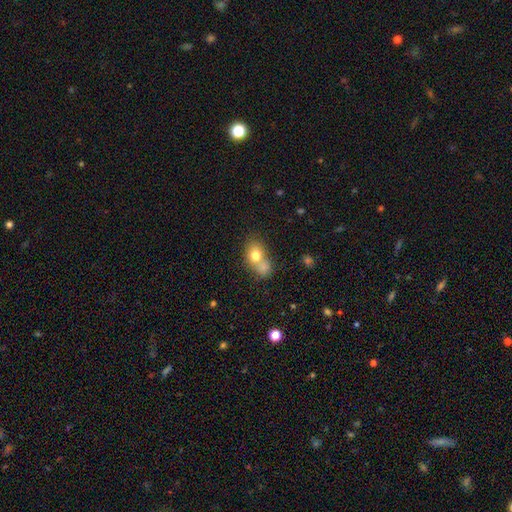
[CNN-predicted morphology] Overall: smooth (76%). How rounded: in between (56%; round 43%). Merging: merger (53%; none 31%).